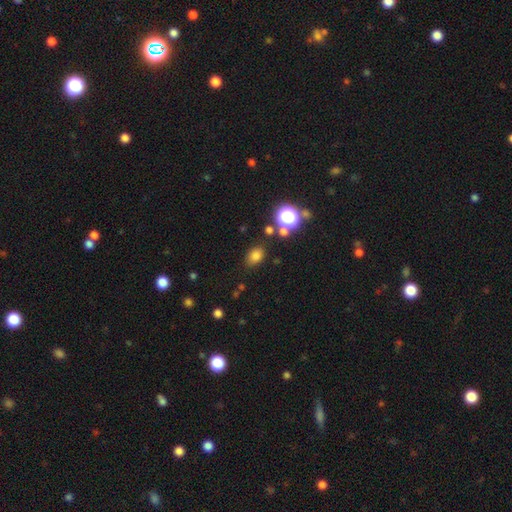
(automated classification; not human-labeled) Overall: smooth (77%). How rounded: in between (68%; round 31%). Merging: none (80%).